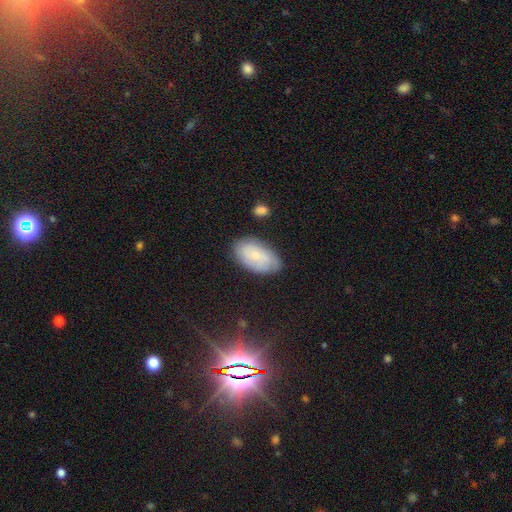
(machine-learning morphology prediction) smooth 63%, featured or disk 28%, star or artifact 9%. Down the decision tree: how rounded — in between (94%); merging — none (74%).